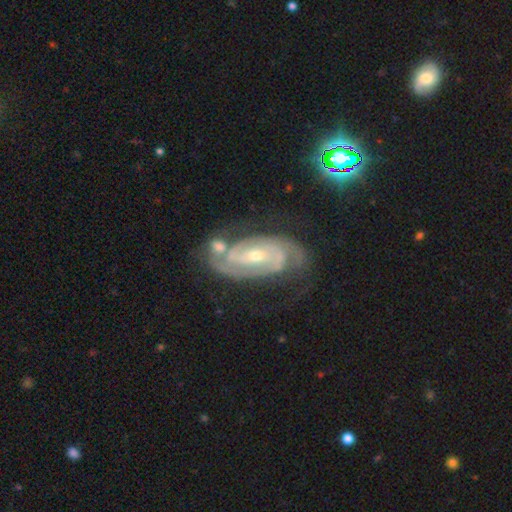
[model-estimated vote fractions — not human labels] smooth_or_featured: featured or disk (p=0.89) [alt: star or artifact p=0.06]
disk_edge_on: no (p=0.96) [alt: yes p=0.04]
bar: weak (p=0.40) [alt: no p=0.39]
has_spiral_arms: yes (p=0.98) [alt: no p=0.02]
spiral_winding: tight (p=0.65) [alt: medium p=0.30]
spiral_arm_count: 2 (p=0.61) [alt: 3 p=0.16]
bulge_size: small (p=0.58) [alt: moderate p=0.39]
merging: none (p=0.64) [alt: minor disturbance p=0.19]